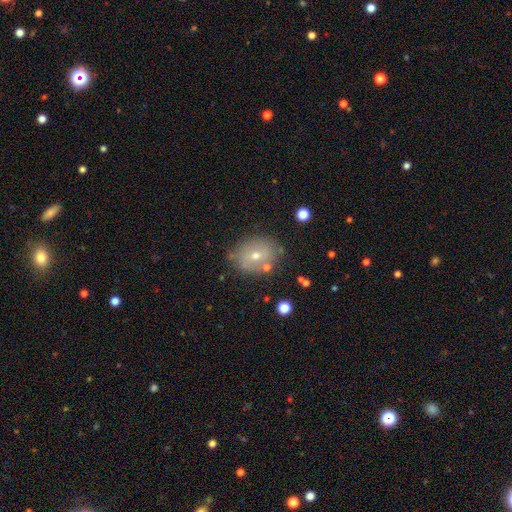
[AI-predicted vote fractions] This is possibly a smooth galaxy (50%). How rounded: possibly in between (51%). Merging: likely none (74%).